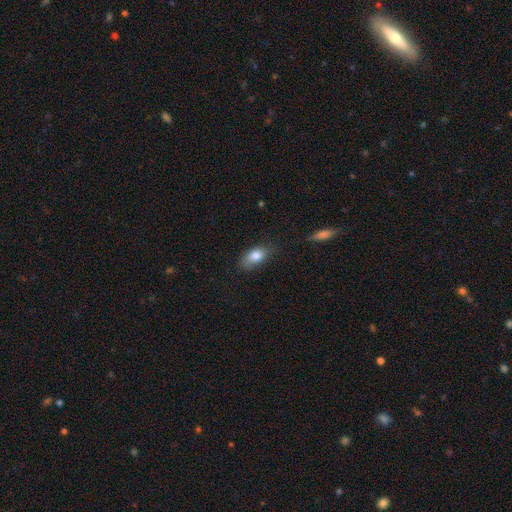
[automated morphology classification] Smooth or featured?
  - smooth: 81% *
  - featured or disk: 12%
  - star or artifact: 8%
How rounded?
  - in between: 87% *
  - round: 8%
  - cigar-shaped: 4%
Merging?
  - none: 70% *
  - minor disturbance: 23%
  - major disturbance: 5%
  - merger: 2%